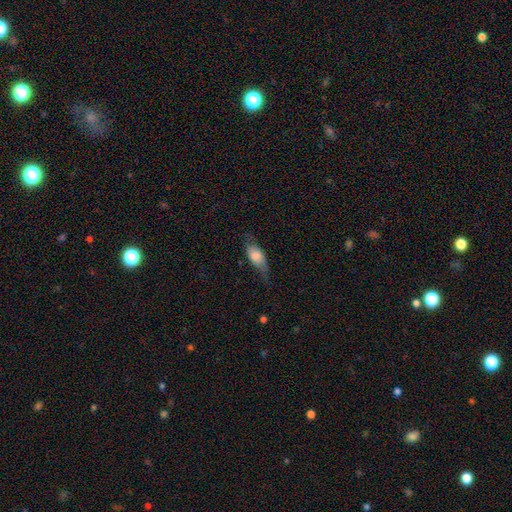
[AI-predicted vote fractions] Morphology: type=smooth (64%); roundness=in between (79%); merging=none (57%).